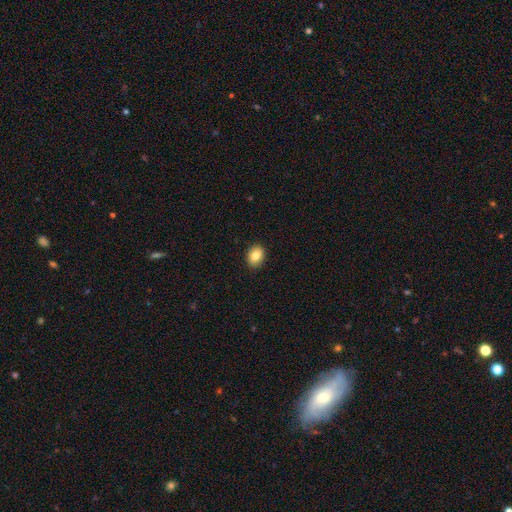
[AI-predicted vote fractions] A smooth galaxy with no disk features (84%) that is in between round and cigar-shaped (58%). Merging: none (91%).